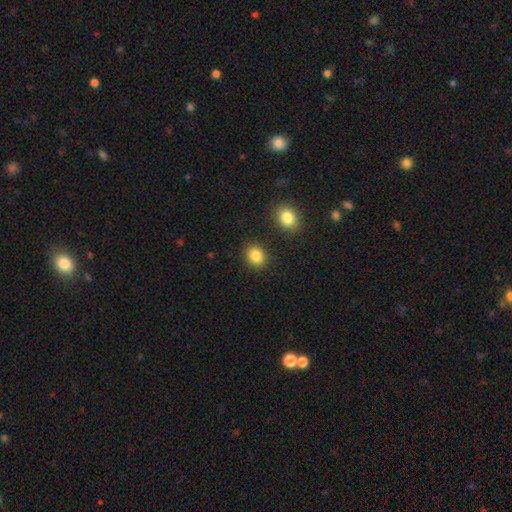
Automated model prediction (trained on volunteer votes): Smooth or featured?
  - smooth: 86% *
  - star or artifact: 9%
  - featured or disk: 5%
How rounded?
  - round: 62% *
  - in between: 37%
  - cigar-shaped: 1%
Merging?
  - none: 86% *
  - minor disturbance: 8%
  - merger: 4%
  - major disturbance: 3%